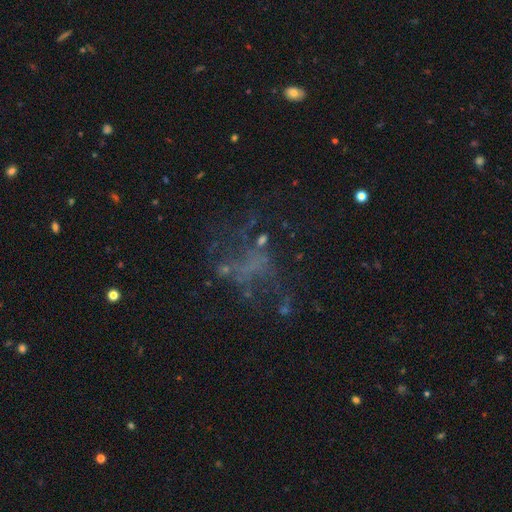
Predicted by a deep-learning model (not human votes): Morphology: type=featured or disk (44%); merging=none (49%).